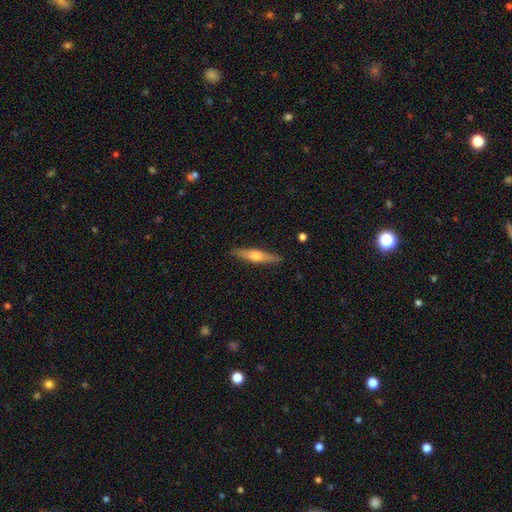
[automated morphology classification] This appears to be a featured or disk galaxy (51%) viewed edge-on (93%). Merging: none (88%).